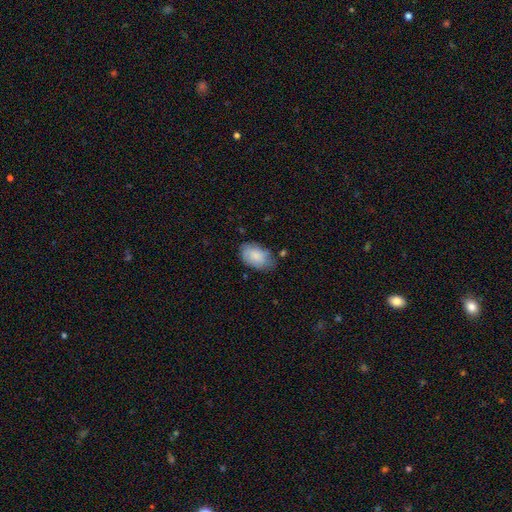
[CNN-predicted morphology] This appears to be a smooth galaxy with no disk features (81%) that is in between round and cigar-shaped (92%). Merging: none (65%).